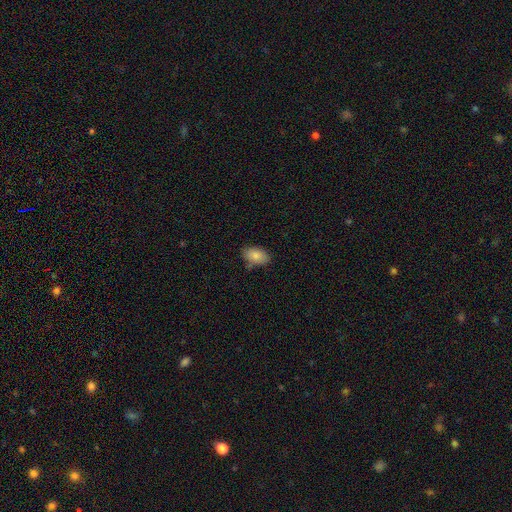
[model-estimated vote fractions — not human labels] smooth_or_featured: smooth (p=0.85) [alt: star or artifact p=0.07]
how_rounded: in between (p=0.91) [alt: round p=0.08]
merging: none (p=0.77) [alt: minor disturbance p=0.17]